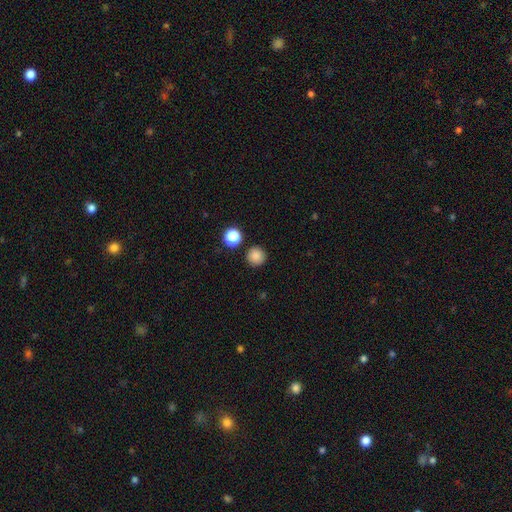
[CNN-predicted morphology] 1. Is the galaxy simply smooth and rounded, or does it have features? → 85% smooth, 11% star or artifact, 4% featured or disk.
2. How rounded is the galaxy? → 95% round, 4% in between, 1% cigar-shaped.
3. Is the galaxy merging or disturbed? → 88% none, 6% minor disturbance, 3% merger, 2% major disturbance.